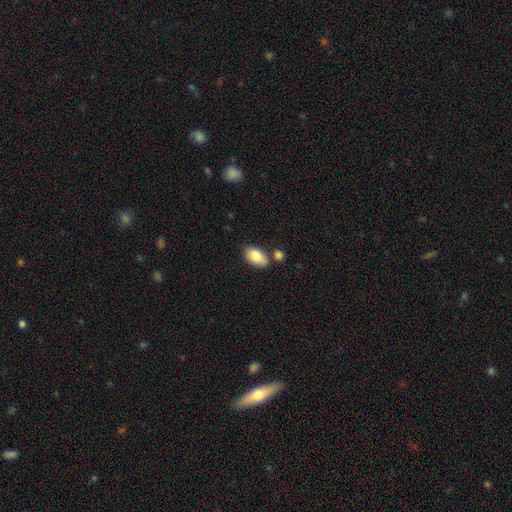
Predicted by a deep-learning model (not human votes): Smooth or featured?
  - smooth: 86% *
  - featured or disk: 7%
  - star or artifact: 7%
How rounded?
  - in between: 93% *
  - round: 5%
  - cigar-shaped: 2%
Merging?
  - none: 67% *
  - minor disturbance: 16%
  - merger: 14%
  - major disturbance: 4%